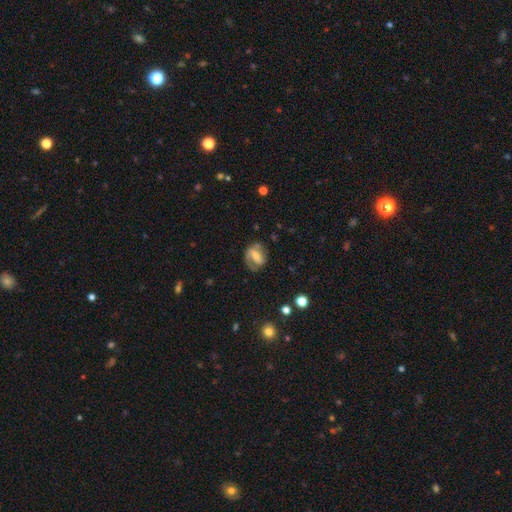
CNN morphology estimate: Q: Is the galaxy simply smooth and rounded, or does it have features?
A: featured or disk — 57%.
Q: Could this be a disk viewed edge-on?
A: no — 94%.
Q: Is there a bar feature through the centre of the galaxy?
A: strong — 40%.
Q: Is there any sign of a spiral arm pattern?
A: yes — 66%.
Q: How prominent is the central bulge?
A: moderate — 54%.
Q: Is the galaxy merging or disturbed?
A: none — 62%.